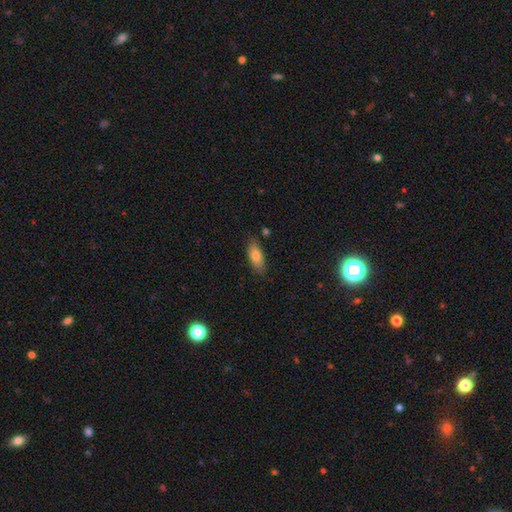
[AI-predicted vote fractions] A smooth galaxy with no disk features (79%) that is in between round and cigar-shaped (80%).

Vote fractions:
- Smooth or featured? smooth: 79% / featured or disk: 14% / star or artifact: 7%
- How rounded? in between: 80% / cigar-shaped: 17% / round: 3%
- Merging? none: 80% / minor disturbance: 14% / major disturbance: 3% / merger: 2%